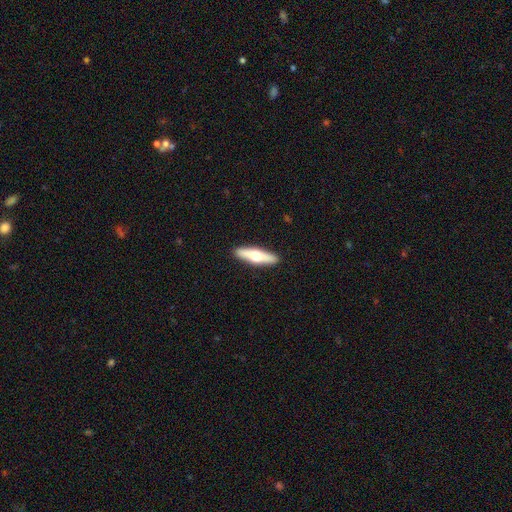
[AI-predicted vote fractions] This appears to be a featured or disk galaxy (48%). Merging: none (90%).